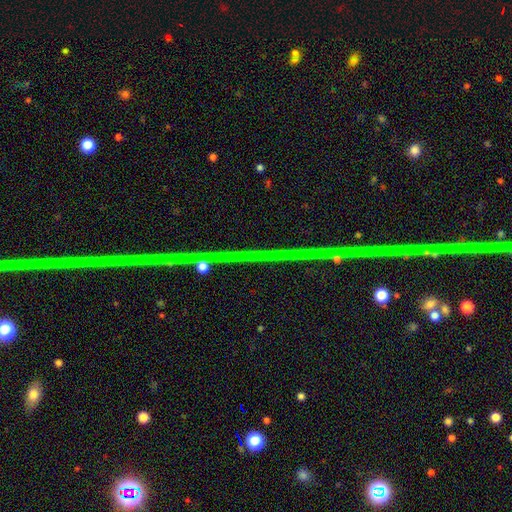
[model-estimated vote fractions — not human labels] Q: Smooth or featured?
A: star or artifact (85%); runner-up: featured or disk (10%)